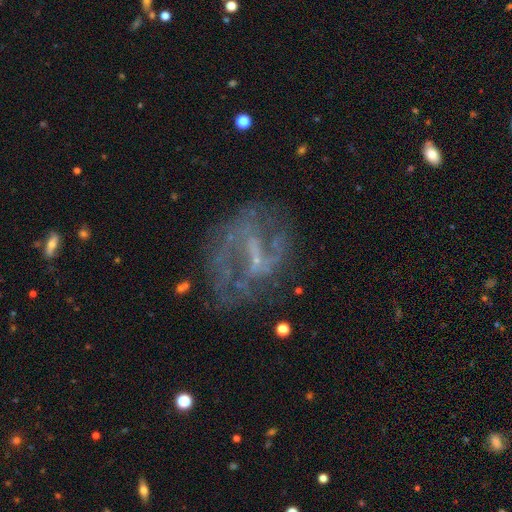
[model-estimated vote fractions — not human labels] smooth-or-featured: featured or disk: 79% | star or artifact: 11% | smooth: 11%
  disk-edge-on: no: 97% | yes: 3%
    bar: weak: 46% | strong: 29% | no: 25%
    has-spiral-arms: yes: 73% | no: 27%
      spiral-winding: medium: 41% | loose: 40% | tight: 19%
      spiral-arm-count: 2: 59% | can't tell: 23% | 1: 7% | 3: 6% | 4: 3% | more than 4: 3%
    bulge-size: small: 52% | none: 36% | moderate: 11% | large: 1% | dominant: 1%
  merging: none: 57% | major disturbance: 22% | minor disturbance: 17% | merger: 4%